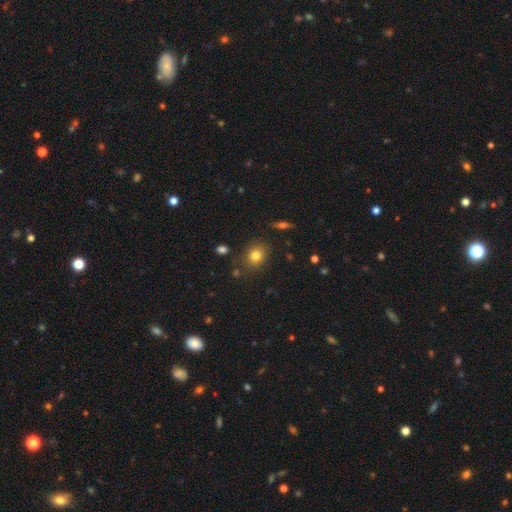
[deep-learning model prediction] Smooth or featured? smooth (79%)
How rounded? round (56%)
Merging? none (81%)